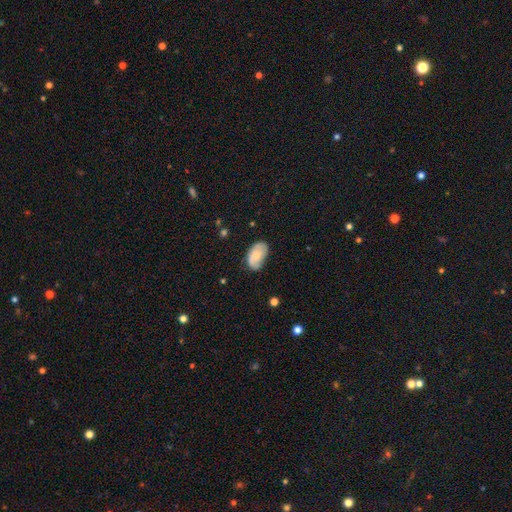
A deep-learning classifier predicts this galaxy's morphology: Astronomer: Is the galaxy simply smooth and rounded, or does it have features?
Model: smooth — 60%.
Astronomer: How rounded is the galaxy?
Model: in between — 92%.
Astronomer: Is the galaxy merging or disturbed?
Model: none — 62%.